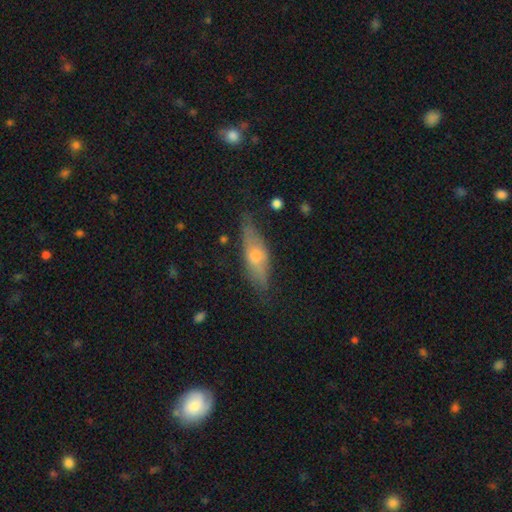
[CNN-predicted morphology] smooth_or_featured: featured or disk (p=0.55) [alt: smooth p=0.37]
disk_edge_on: yes (p=0.81) [alt: no p=0.19]
merging: none (p=0.77) [alt: minor disturbance p=0.17]